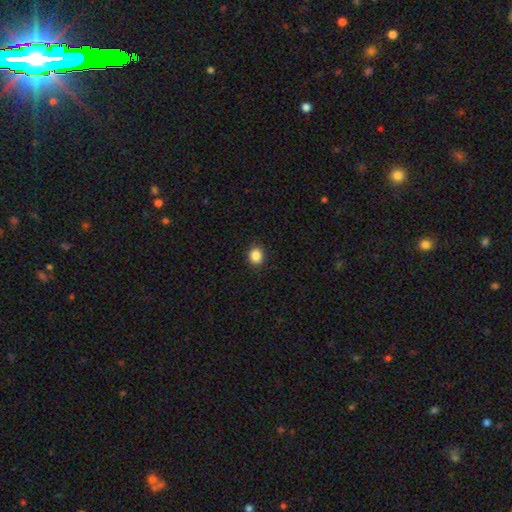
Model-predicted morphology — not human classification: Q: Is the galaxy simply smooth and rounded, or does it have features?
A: smooth — 86%.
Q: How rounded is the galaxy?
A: round — 71%.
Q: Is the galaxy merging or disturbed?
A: none — 91%.